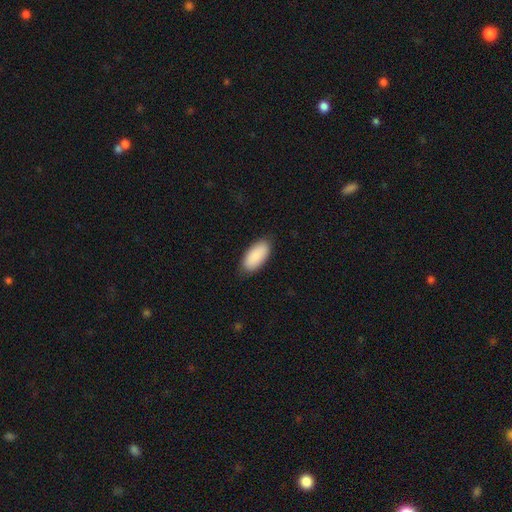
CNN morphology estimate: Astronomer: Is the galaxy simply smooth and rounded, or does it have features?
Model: smooth — 89%.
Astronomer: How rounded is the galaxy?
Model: in between — 94%.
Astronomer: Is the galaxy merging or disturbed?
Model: none — 86%.